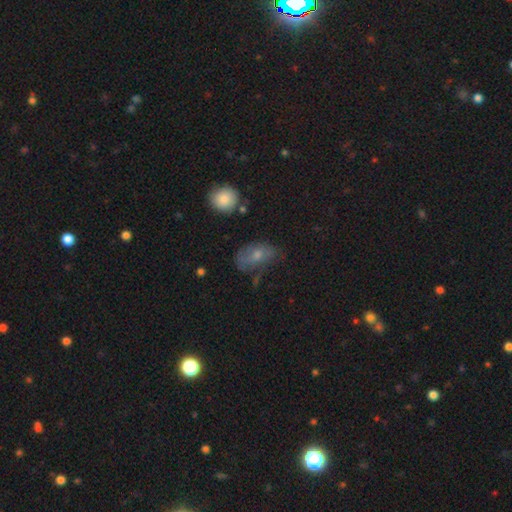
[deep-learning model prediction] Smooth or featured? smooth (52%)
How rounded? in between (83%)
Merging? none (50%)